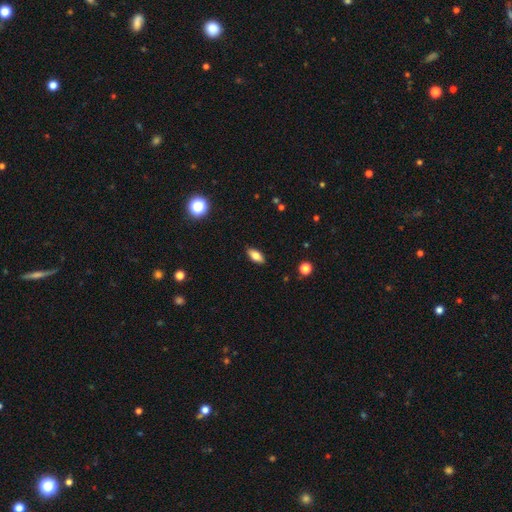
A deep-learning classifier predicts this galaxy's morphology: smooth_or_featured: smooth (p=0.75) [alt: featured or disk p=0.17]
how_rounded: in between (p=0.85) [alt: cigar-shaped p=0.12]
merging: none (p=0.89) [alt: minor disturbance p=0.08]